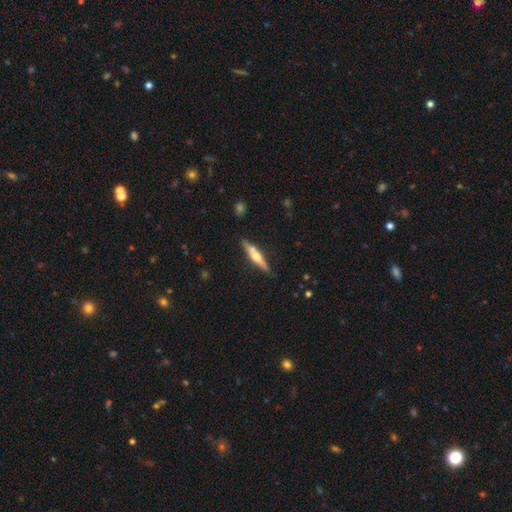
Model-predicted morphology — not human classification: Smooth or featured?
  - featured or disk: 57% *
  - smooth: 37%
  - star or artifact: 6%
Edge-on disk?
  - yes: 95% *
  - no: 5%
Edge-on bulge?
  - rounded: 84% *
  - boxy: 8%
  - none: 8%
Merging?
  - none: 82% *
  - minor disturbance: 12%
  - merger: 5%
  - major disturbance: 2%